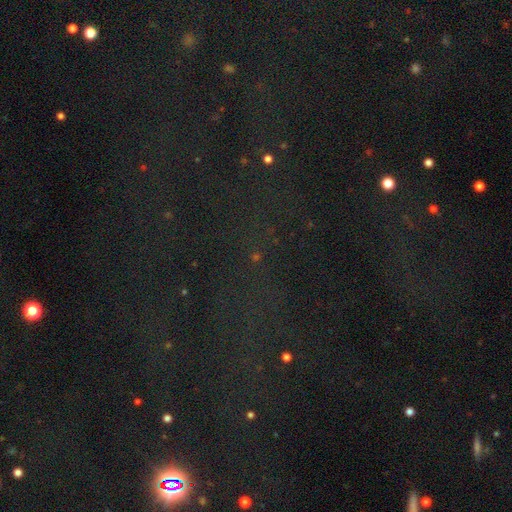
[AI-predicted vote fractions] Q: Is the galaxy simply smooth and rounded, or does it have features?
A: star or artifact — 75%.